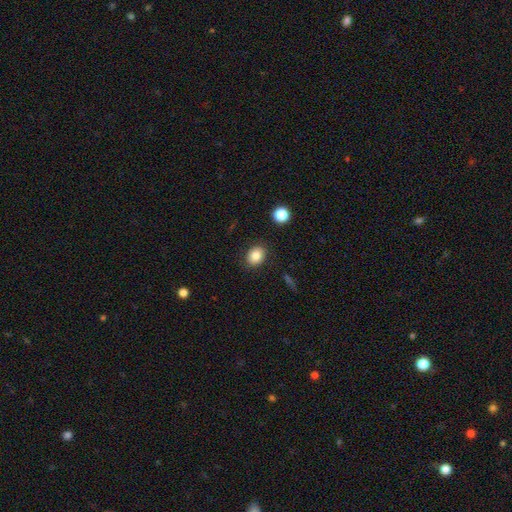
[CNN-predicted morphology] A smooth galaxy with no disk features (83%) that is in between round and cigar-shaped (50%).

Vote fractions:
- Smooth or featured? smooth: 83% / star or artifact: 9% / featured or disk: 7%
- How rounded? in between: 50% / round: 49% / cigar-shaped: 1%
- Merging? none: 86% / minor disturbance: 9% / major disturbance: 3% / merger: 2%